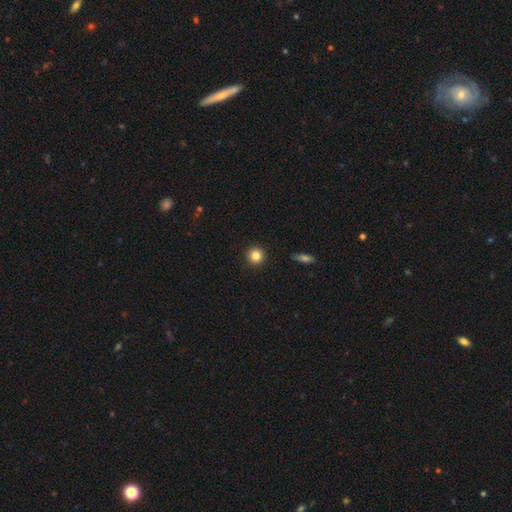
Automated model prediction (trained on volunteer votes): Smooth or featured?
  - smooth: 84% *
  - star or artifact: 10%
  - featured or disk: 5%
How rounded?
  - round: 95% *
  - in between: 4%
  - cigar-shaped: 1%
Merging?
  - none: 92% *
  - minor disturbance: 5%
  - major disturbance: 2%
  - merger: 1%